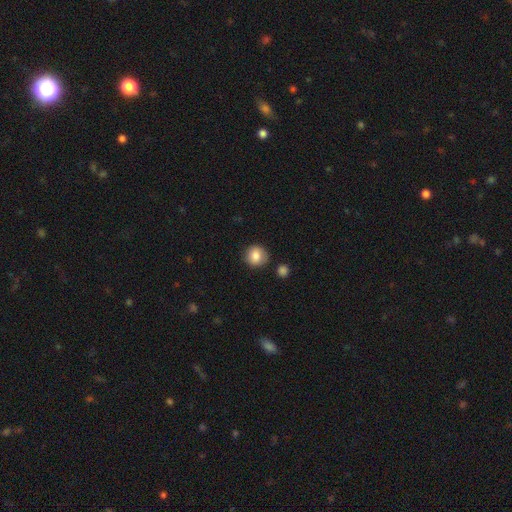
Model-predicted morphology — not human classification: A smooth galaxy with no disk features (85%) that is round (91%). Merging: none (83%).